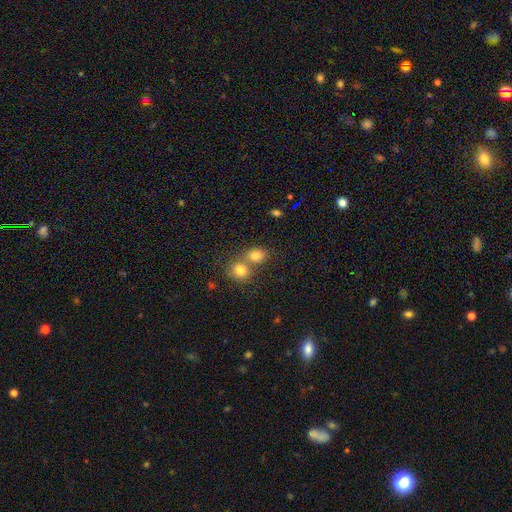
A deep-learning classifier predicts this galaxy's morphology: Smooth or featured? Predicted: smooth (p=0.80). How rounded? Predicted: round (p=0.51). Merging? Predicted: merger (p=0.52).